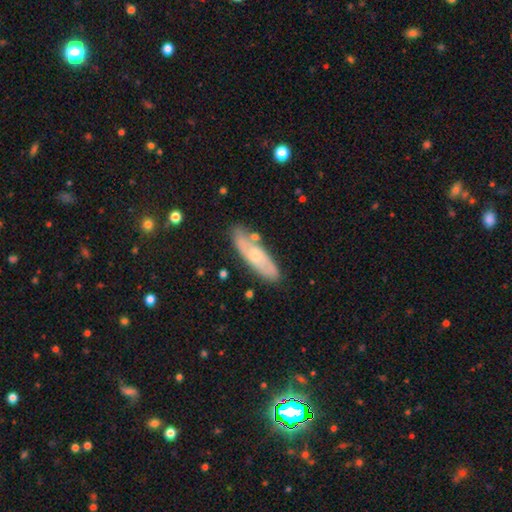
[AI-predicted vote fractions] smooth-or-featured: featured or disk: 48% | smooth: 46% | star or artifact: 6%
  merging: none: 75% | minor disturbance: 17% | merger: 5% | major disturbance: 3%